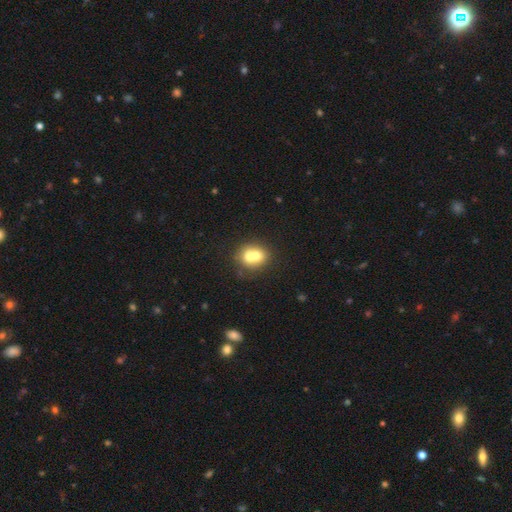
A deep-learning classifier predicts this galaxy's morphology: A smooth galaxy with no disk features (65%) that is round (62%).

Vote fractions:
- Smooth or featured? smooth: 65% / featured or disk: 25% / star or artifact: 10%
- How rounded? round: 62% / in between: 37% / cigar-shaped: 1%
- Merging? merger: 57% / none: 31% / minor disturbance: 8% / major disturbance: 3%